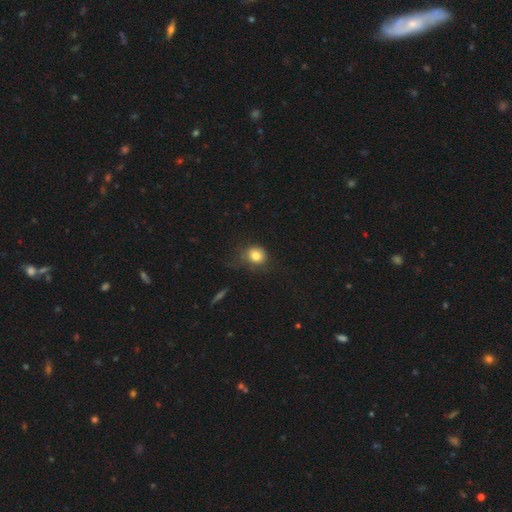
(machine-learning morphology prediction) Smooth or featured?
  - smooth: 81% *
  - star or artifact: 10%
  - featured or disk: 8%
How rounded?
  - round: 70% *
  - in between: 29%
  - cigar-shaped: 1%
Merging?
  - none: 58% *
  - minor disturbance: 26%
  - major disturbance: 14%
  - merger: 2%